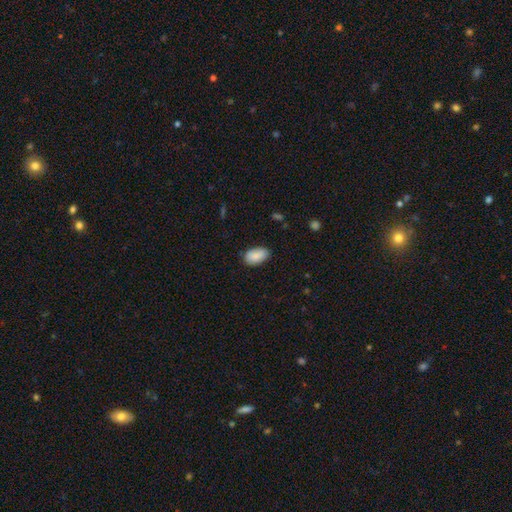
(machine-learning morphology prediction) smooth 88%, star or artifact 6%, featured or disk 5%. Down the decision tree: how rounded — in between (93%); merging — none (81%).